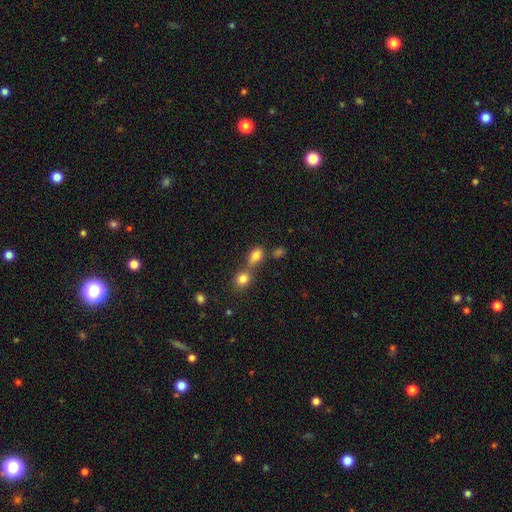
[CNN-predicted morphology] Smooth or featured?
  - smooth: 81% *
  - star or artifact: 11%
  - featured or disk: 7%
How rounded?
  - in between: 77% *
  - round: 20%
  - cigar-shaped: 3%
Merging?
  - merger: 48% *
  - none: 38%
  - minor disturbance: 10%
  - major disturbance: 5%